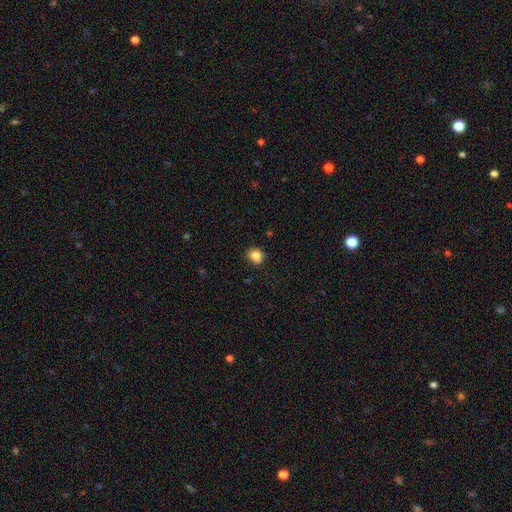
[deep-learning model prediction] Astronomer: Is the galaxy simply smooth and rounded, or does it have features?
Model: smooth — 84%.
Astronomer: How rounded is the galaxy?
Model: round — 77%.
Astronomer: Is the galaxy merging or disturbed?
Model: none — 78%.